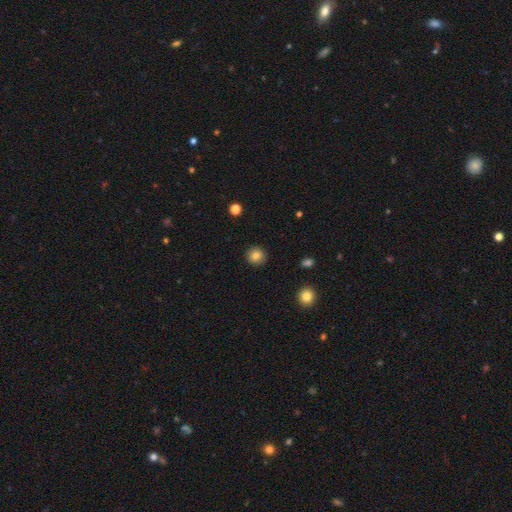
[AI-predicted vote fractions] smooth 83%, star or artifact 10%, featured or disk 7%. Down the decision tree: how rounded — round (92%); merging — none (92%).